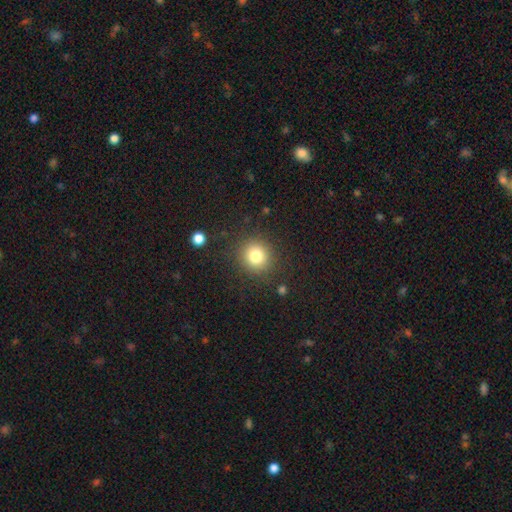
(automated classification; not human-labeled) Overall: smooth (79%). How rounded: round (90%). Merging: none (88%).